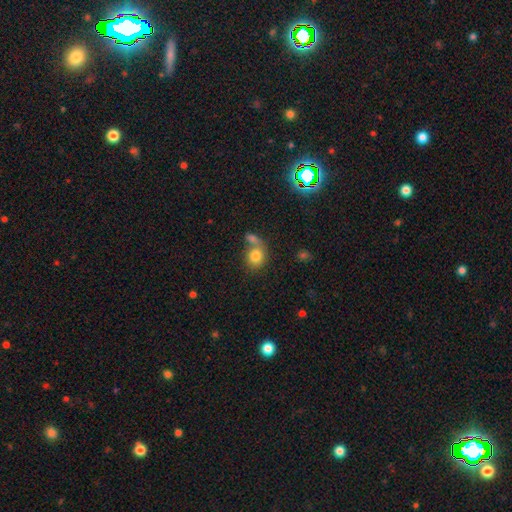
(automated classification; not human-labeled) Smooth or featured?
  - smooth: 80% *
  - featured or disk: 10%
  - star or artifact: 9%
How rounded?
  - round: 65% *
  - in between: 33%
  - cigar-shaped: 1%
Merging?
  - merger: 42% *
  - none: 41%
  - minor disturbance: 11%
  - major disturbance: 6%